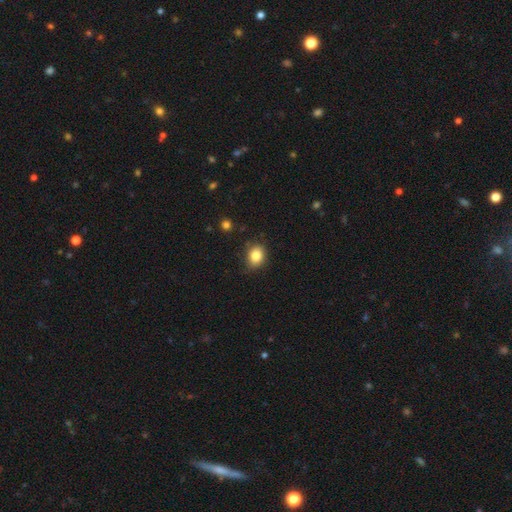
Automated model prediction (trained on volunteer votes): Q: Smooth or featured?
A: smooth (83%); runner-up: star or artifact (10%)
Q: How rounded?
A: round (51%); runner-up: in between (48%)
Q: Merging?
A: none (78%); runner-up: minor disturbance (17%)